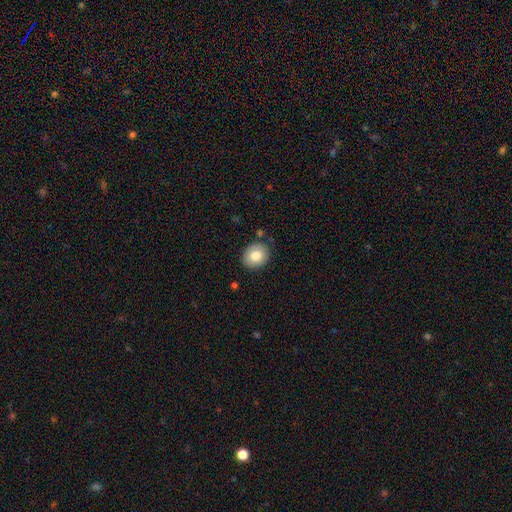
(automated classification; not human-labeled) smooth-or-featured: smooth: 79% | featured or disk: 14% | star or artifact: 8%
  how-rounded: round: 54% | in between: 45% | cigar-shaped: 1%
  merging: none: 85% | minor disturbance: 10% | merger: 2% | major disturbance: 2%